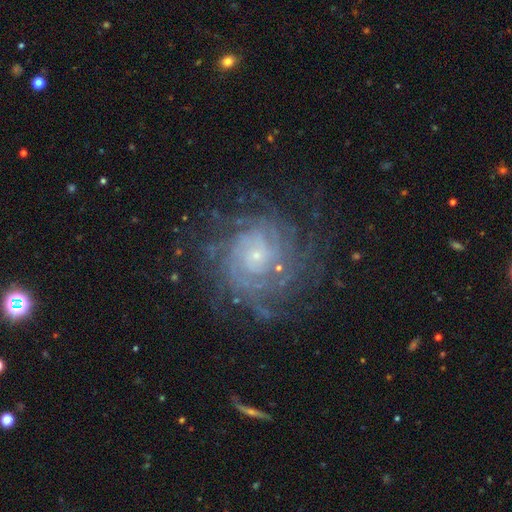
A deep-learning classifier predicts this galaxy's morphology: Smooth or featured: featured or disk — 85% (star or artifact — 8%)
Edge-on disk: no — 98% (yes — 2%)
Bar: no — 74% (weak — 20%)
Spiral arms: yes — 96% (no — 4%)
Spiral winding: tight — 75% (medium — 20%)
Spiral arm count: can't tell — 33% (more than 4 — 20%)
Bulge size: small — 83% (moderate — 11%)
Merging: none — 75% (minor disturbance — 15%)